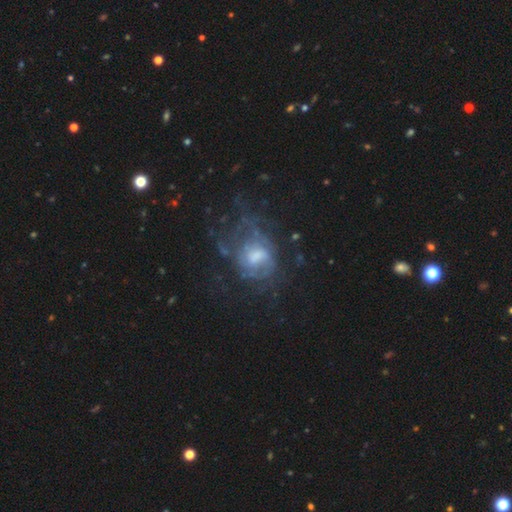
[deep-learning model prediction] Smooth or featured? featured or disk (63%)
Edge-on disk? no (97%)
Bar? no (55%)
Spiral arms? yes (61%)
Bulge size? moderate (47%)
Merging? none (47%)